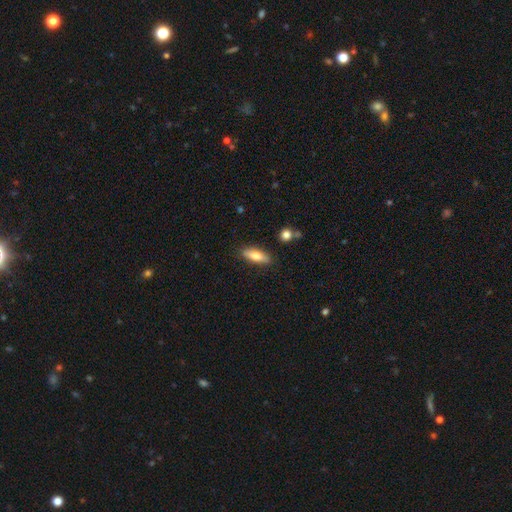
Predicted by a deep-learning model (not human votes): This is likely a smooth galaxy (73%). How rounded: possibly in between (59%). Merging: clearly none (84%).